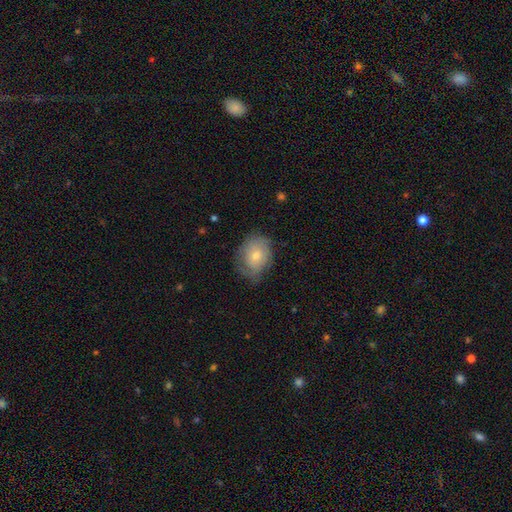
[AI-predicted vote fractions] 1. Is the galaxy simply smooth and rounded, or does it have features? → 53% smooth, 39% featured or disk, 8% star or artifact.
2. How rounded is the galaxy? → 54% in between, 45% round, 1% cigar-shaped.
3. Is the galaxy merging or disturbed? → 61% none, 28% minor disturbance, 10% major disturbance, 1% merger.